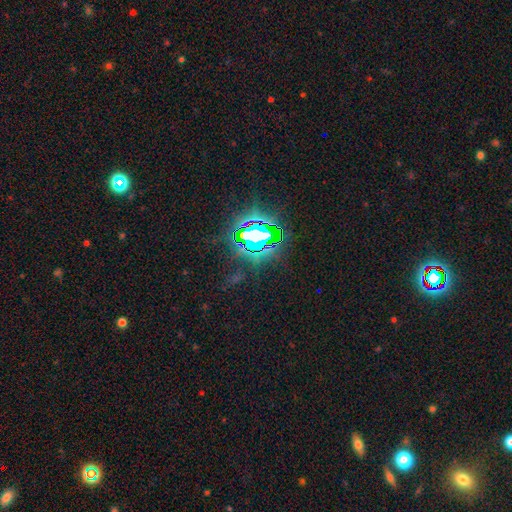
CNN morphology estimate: star or artifact 83%, smooth 10%, featured or disk 7%.